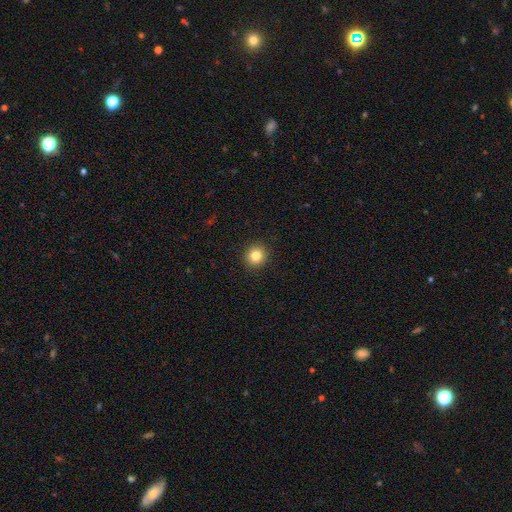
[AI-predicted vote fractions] This is clearly a smooth galaxy (83%). How rounded: clearly round (90%). Merging: clearly none (92%).